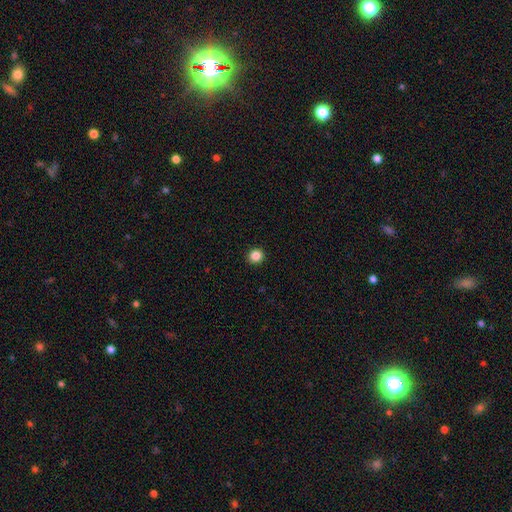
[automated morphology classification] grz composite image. It shows a smooth galaxy with no disk features (86%) that is round (92%). Merging: none (93%).